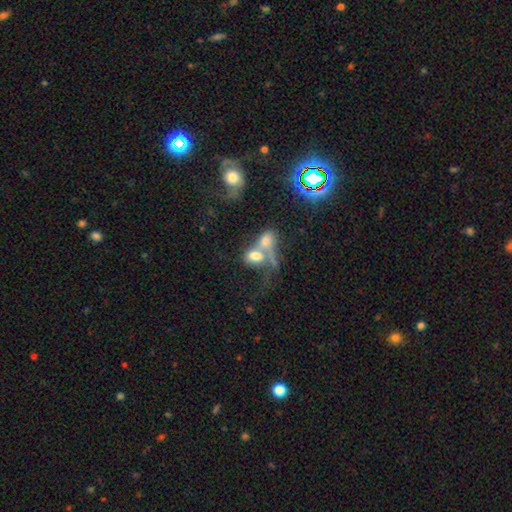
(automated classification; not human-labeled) smooth-or-featured: smooth: 63% | featured or disk: 26% | star or artifact: 11%
  how-rounded: in between: 76% | round: 20% | cigar-shaped: 4%
  merging: merger: 73% | none: 11% | major disturbance: 10% | minor disturbance: 5%